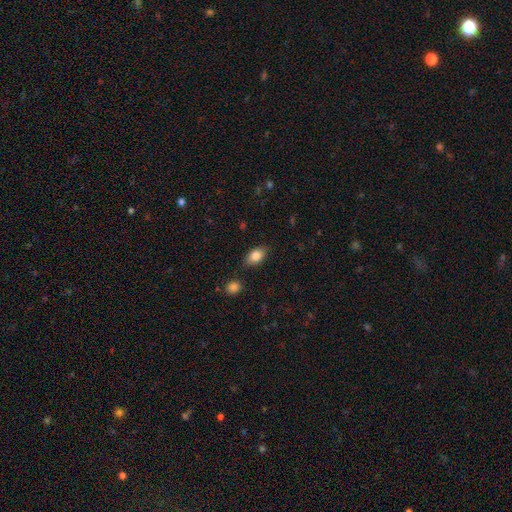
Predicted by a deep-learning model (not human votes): A smooth galaxy with no disk features (83%) that is in between round and cigar-shaped (86%). Merging: none (80%).